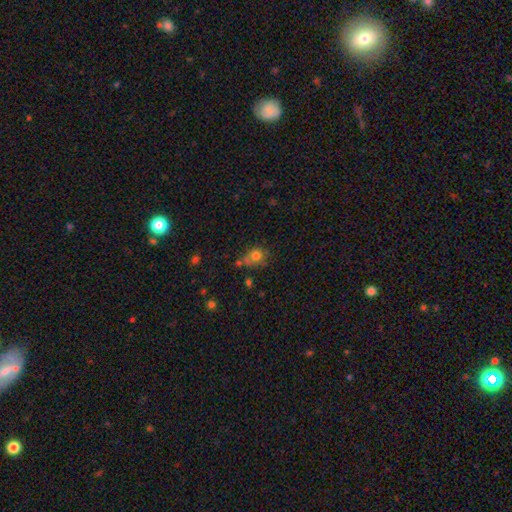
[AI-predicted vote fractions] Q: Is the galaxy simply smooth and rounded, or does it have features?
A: smooth — 74%.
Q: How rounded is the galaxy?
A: round — 71%.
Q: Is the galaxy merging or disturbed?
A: none — 54%.